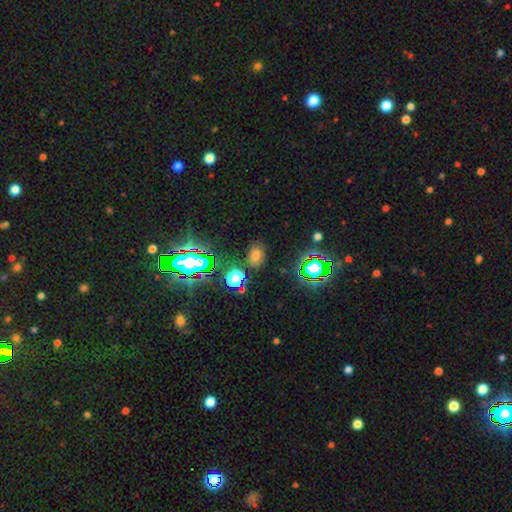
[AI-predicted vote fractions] Smooth or featured: smooth — 61% (star or artifact — 30%)
How rounded: in between — 68% (round — 31%)
Merging: none — 80% (minor disturbance — 12%)